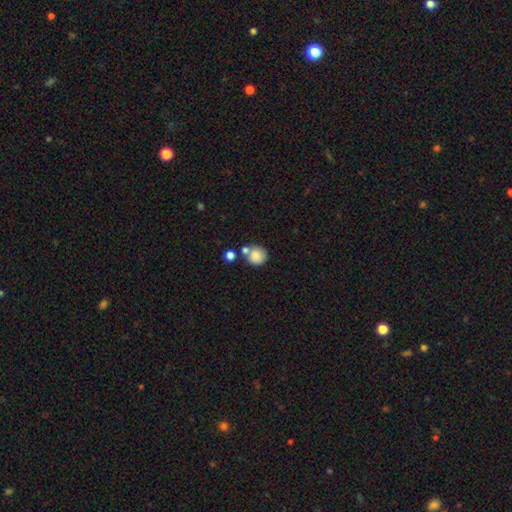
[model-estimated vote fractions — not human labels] smooth 82%, star or artifact 9%, featured or disk 9%. Down the decision tree: how rounded — round (88%); merging — none (57%).